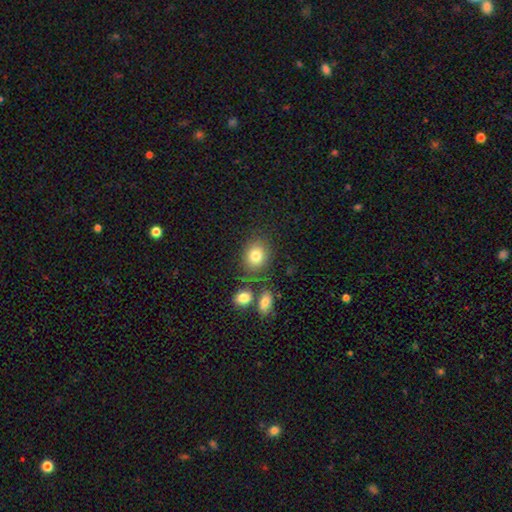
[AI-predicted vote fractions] Overall: smooth (81%). How rounded: round (59%; in between 40%). Merging: none (70%).